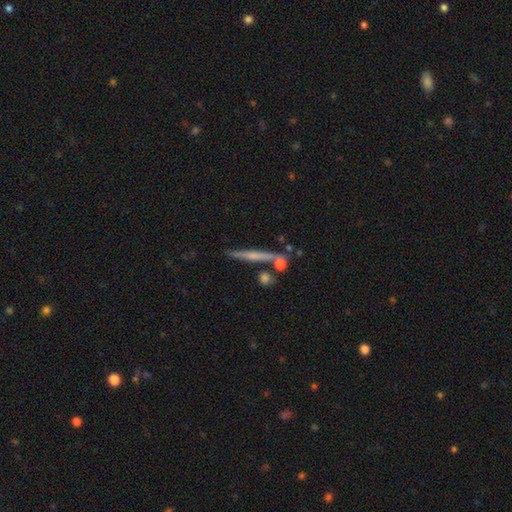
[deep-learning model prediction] smooth-or-featured: featured or disk: 56% | smooth: 35% | star or artifact: 9%
  disk-edge-on: yes: 95% | no: 5%
    edge-on-bulge: none: 53% | rounded: 37% | boxy: 10%
  merging: none: 78% | minor disturbance: 10% | merger: 9% | major disturbance: 3%